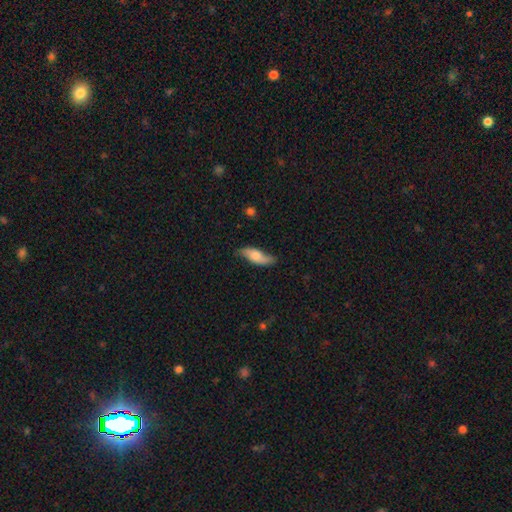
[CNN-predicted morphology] A smooth galaxy with no disk features (60%) that is in between round and cigar-shaped (63%). Merging: none (69%).